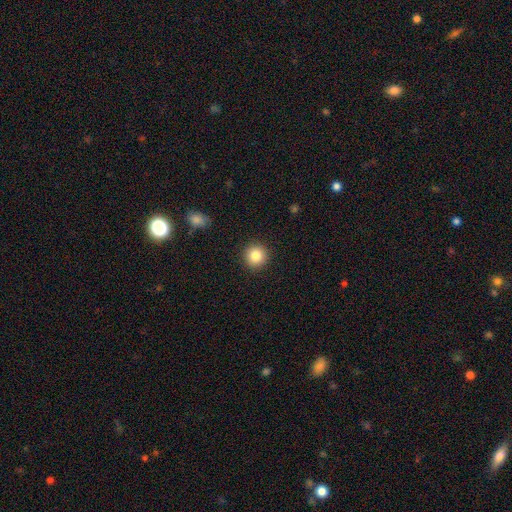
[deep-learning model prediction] smooth 84%, star or artifact 10%, featured or disk 6%. Down the decision tree: how rounded — round (94%); merging — none (92%).